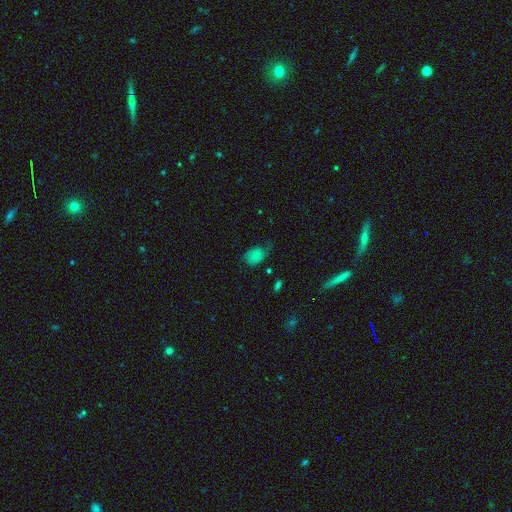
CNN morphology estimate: Smooth or featured? smooth (67%)
How rounded? in between (76%)
Merging? none (44%)